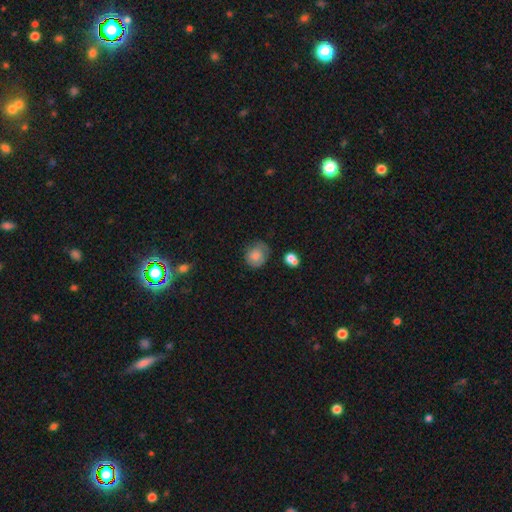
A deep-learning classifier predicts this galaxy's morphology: smooth_or_featured: smooth (p=0.75) [alt: featured or disk p=0.16]
how_rounded: round (p=0.76) [alt: in between p=0.23]
merging: none (p=0.61) [alt: minor disturbance p=0.27]